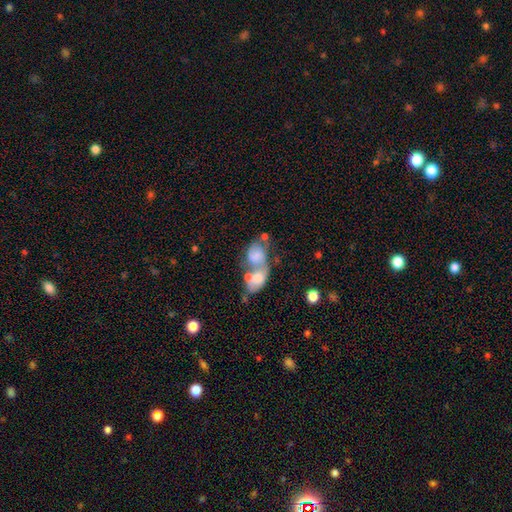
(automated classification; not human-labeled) A smooth galaxy with no disk features (53%) that is in between round and cigar-shaped (76%). Merging: merger (74%).